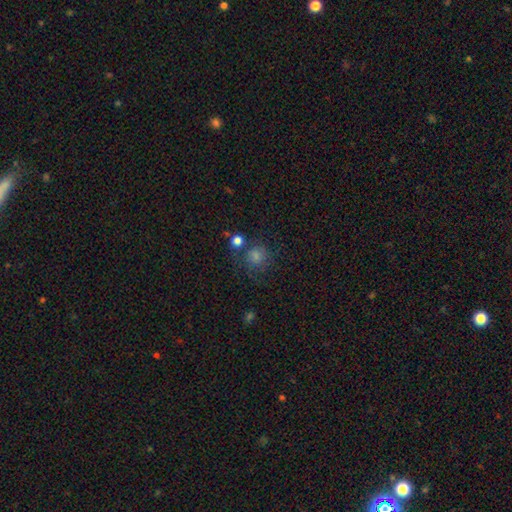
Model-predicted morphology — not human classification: This is likely a smooth galaxy (65%). How rounded: clearly round (89%). Merging: likely none (67%).